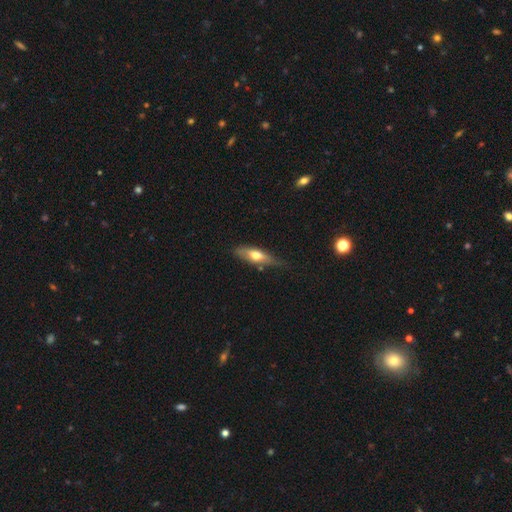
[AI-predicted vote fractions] Smooth or featured: smooth — 54% (featured or disk — 40%)
How rounded: in between — 51% (cigar-shaped — 46%)
Merging: none — 64% (minor disturbance — 27%)